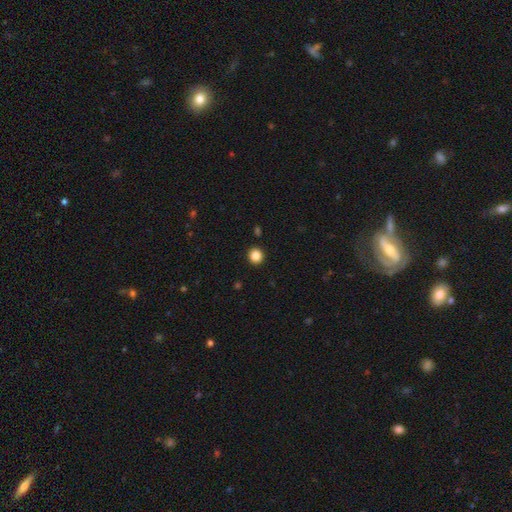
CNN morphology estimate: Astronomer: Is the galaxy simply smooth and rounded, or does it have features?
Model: smooth — 85%.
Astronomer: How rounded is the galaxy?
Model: round — 90%.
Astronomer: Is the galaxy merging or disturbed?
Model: none — 93%.